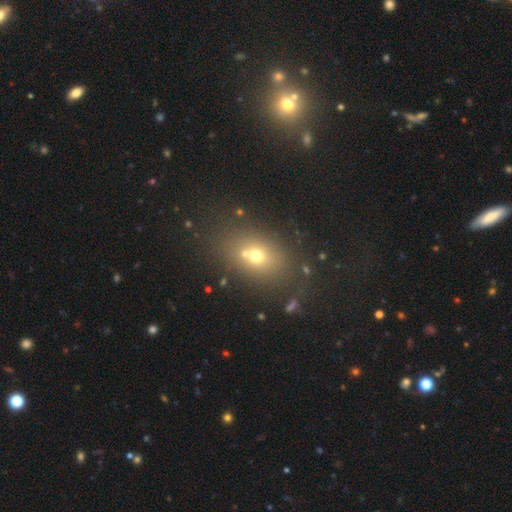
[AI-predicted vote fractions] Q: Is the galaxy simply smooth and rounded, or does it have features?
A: smooth — 61%.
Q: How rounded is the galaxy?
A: in between — 58%.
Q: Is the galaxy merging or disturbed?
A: none — 59%.